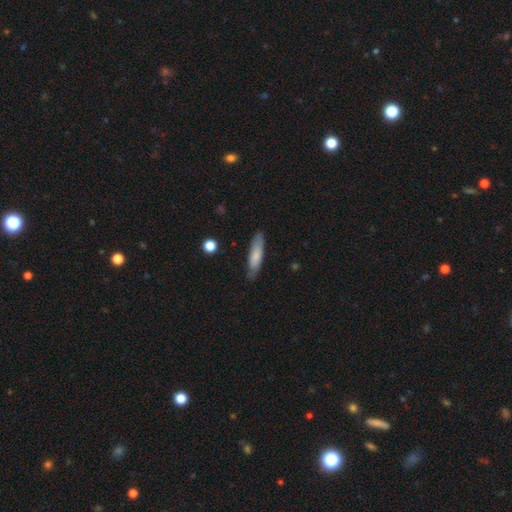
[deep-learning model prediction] Overall: smooth (73%). How rounded: cigar-shaped (67%; in between 32%). Merging: none (79%).